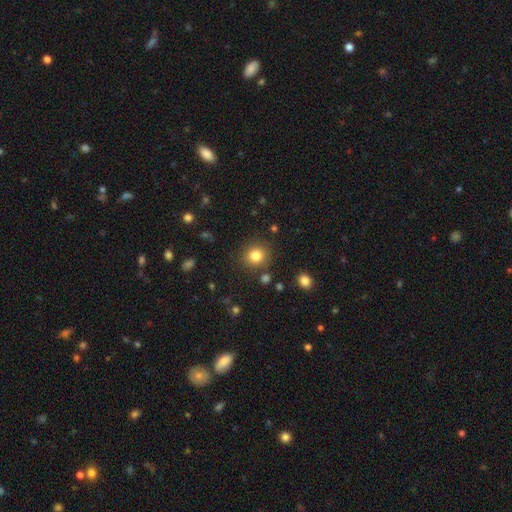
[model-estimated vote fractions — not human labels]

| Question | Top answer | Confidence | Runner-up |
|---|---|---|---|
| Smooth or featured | smooth | 82% | star or artifact (12%) |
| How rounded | round | 87% | in between (12%) |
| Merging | none | 86% | minor disturbance (8%) |